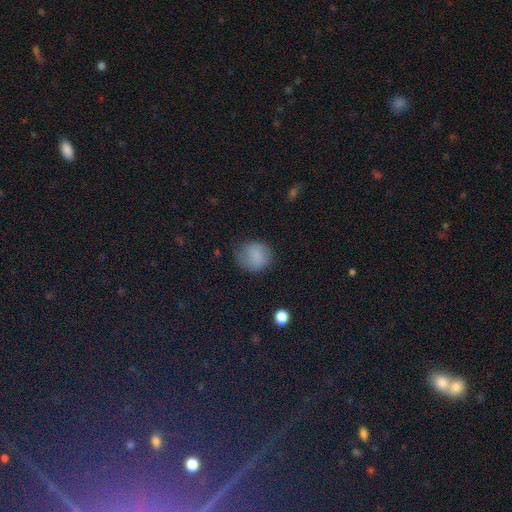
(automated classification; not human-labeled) smooth_or_featured: smooth (p=0.81) [alt: featured or disk p=0.10]
how_rounded: round (p=0.74) [alt: in between p=0.25]
merging: none (p=0.62) [alt: minor disturbance p=0.27]